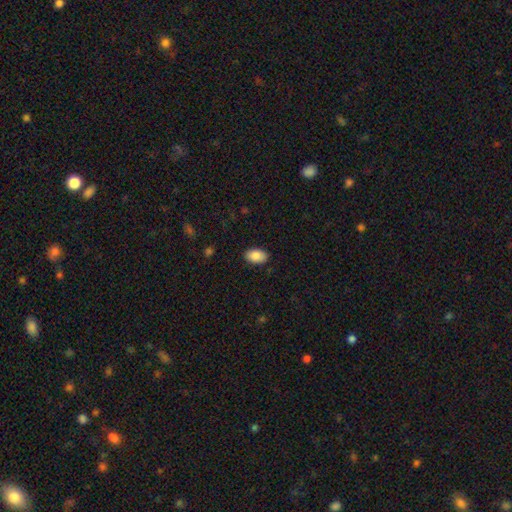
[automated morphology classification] The model was most divided on "merging": none: 88%, minor disturbance: 9%, major disturbance: 2%, merger: 1%. More confident: how rounded — in between (92%); smooth or featured — smooth (87%).